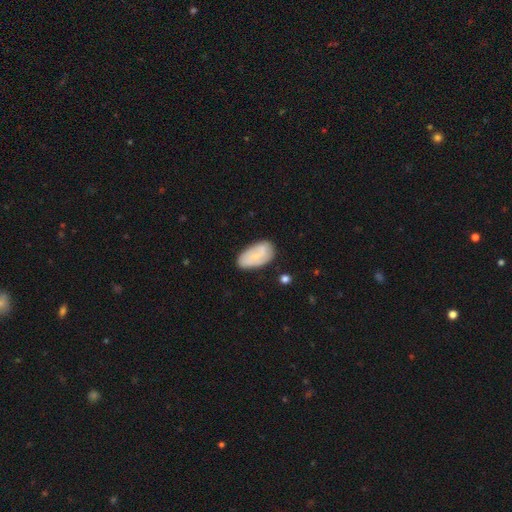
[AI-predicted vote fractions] Smooth or featured? Predicted: smooth (p=0.55). How rounded? Predicted: in between (p=0.93). Merging? Predicted: none (p=0.73).